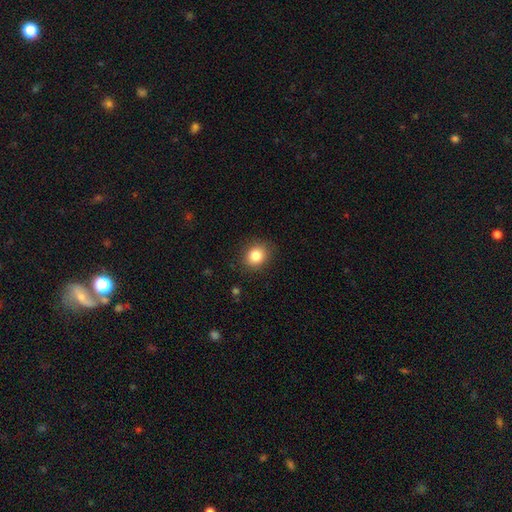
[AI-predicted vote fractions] smooth-or-featured: smooth: 83% | star or artifact: 10% | featured or disk: 7%
  how-rounded: round: 69% | in between: 30% | cigar-shaped: 1%
  merging: none: 87% | minor disturbance: 10% | major disturbance: 3% | merger: 1%